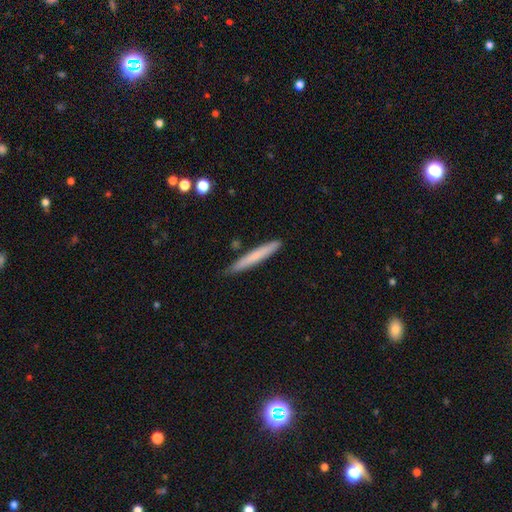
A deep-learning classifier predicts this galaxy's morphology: The model was most divided on "smooth or featured": smooth: 70%, featured or disk: 23%, star or artifact: 6%. More confident: how rounded — cigar-shaped (96%); merging — none (86%).